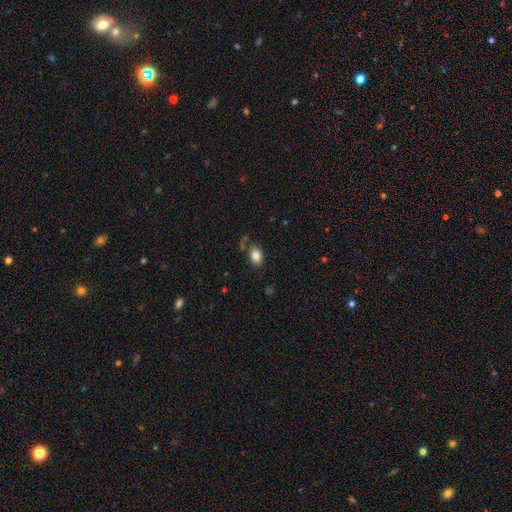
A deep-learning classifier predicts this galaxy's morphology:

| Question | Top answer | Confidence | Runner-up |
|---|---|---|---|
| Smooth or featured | smooth | 83% | star or artifact (9%) |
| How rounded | in between | 81% | round (18%) |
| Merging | none | 78% | minor disturbance (13%) |